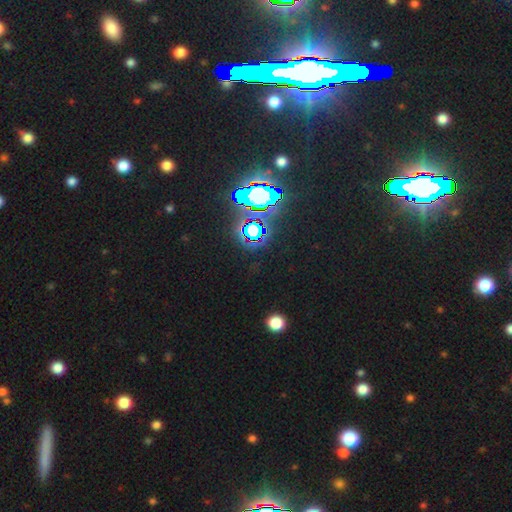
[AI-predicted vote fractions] star or artifact 81%, smooth 10%, featured or disk 9%.